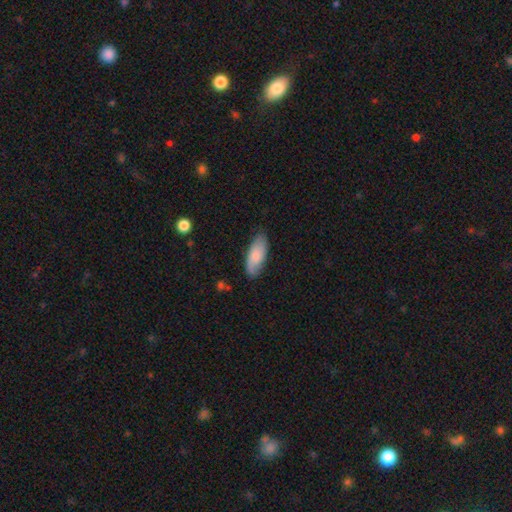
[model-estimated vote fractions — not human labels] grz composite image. It shows a smooth galaxy with no disk features (70%) that is in between round and cigar-shaped (83%). Merging: none (74%).